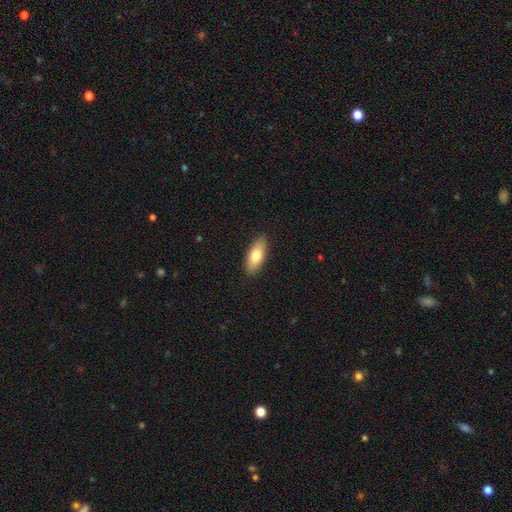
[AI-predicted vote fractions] smooth-or-featured: smooth: 76% | featured or disk: 18% | star or artifact: 6%
  how-rounded: in between: 76% | cigar-shaped: 21% | round: 3%
  merging: none: 89% | minor disturbance: 8% | major disturbance: 2% | merger: 1%